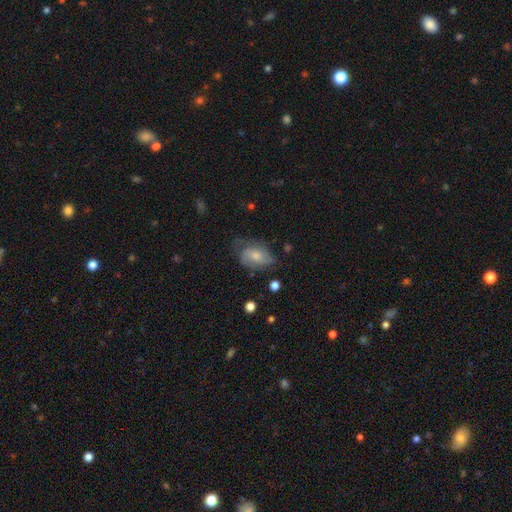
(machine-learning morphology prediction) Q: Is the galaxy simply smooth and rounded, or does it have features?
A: smooth — 57%.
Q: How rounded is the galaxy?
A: in between — 80%.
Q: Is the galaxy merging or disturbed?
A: none — 46%.